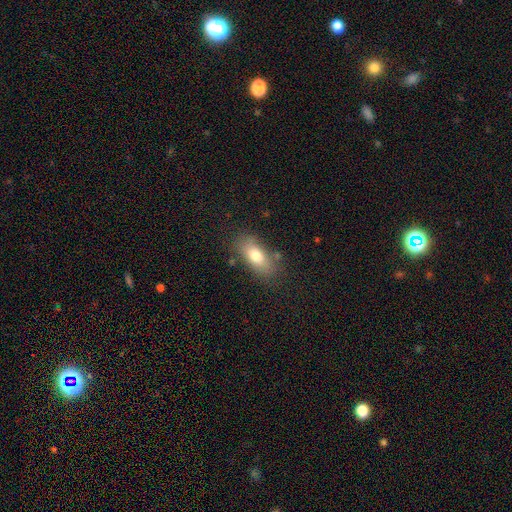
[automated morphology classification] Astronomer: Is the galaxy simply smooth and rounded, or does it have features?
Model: smooth — 76%.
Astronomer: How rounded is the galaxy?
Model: in between — 84%.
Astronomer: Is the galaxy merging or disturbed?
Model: none — 77%.